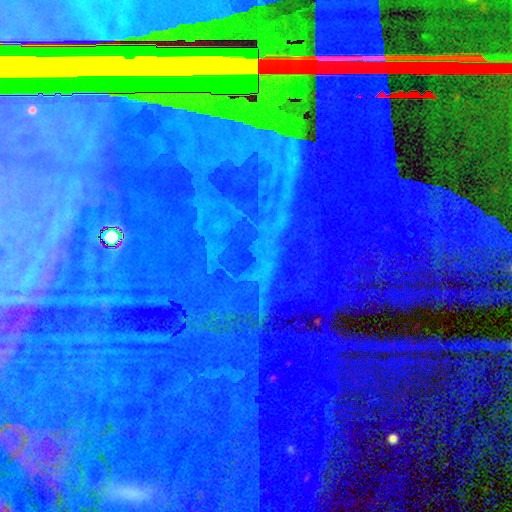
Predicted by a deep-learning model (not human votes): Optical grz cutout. It shows a star or artifact, not a galaxy (88%).